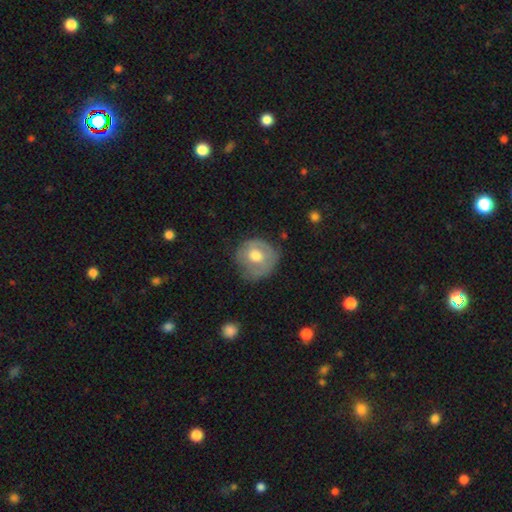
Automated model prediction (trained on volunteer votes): The model was most divided on "smooth or featured": smooth: 54%, featured or disk: 39%, star or artifact: 7%. More confident: how rounded — round (84%); merging — none (59%).